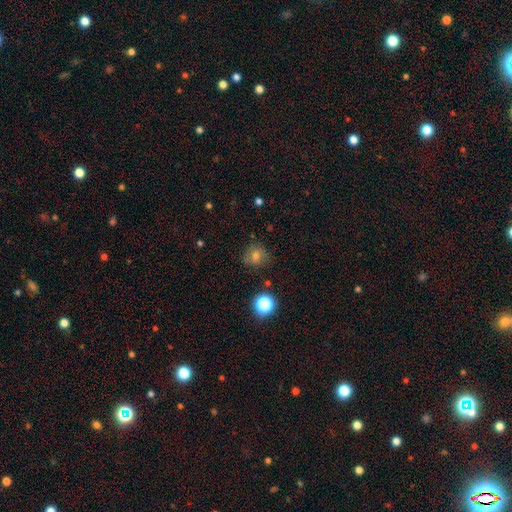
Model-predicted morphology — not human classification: Smooth or featured: smooth — 62% (star or artifact — 24%)
How rounded: round — 86% (in between — 13%)
Merging: none — 77% (minor disturbance — 15%)